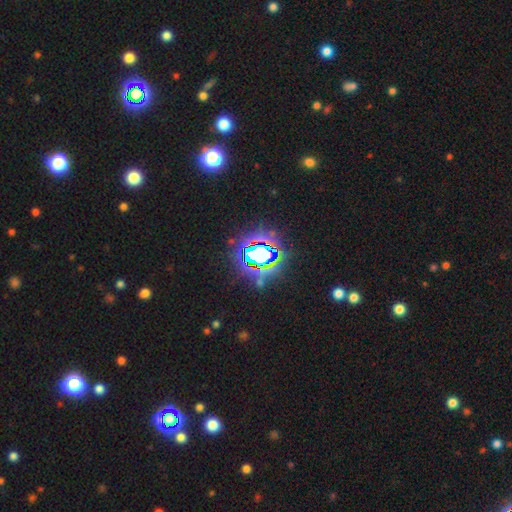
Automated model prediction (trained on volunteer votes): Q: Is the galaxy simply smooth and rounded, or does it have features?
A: star or artifact — 84%.